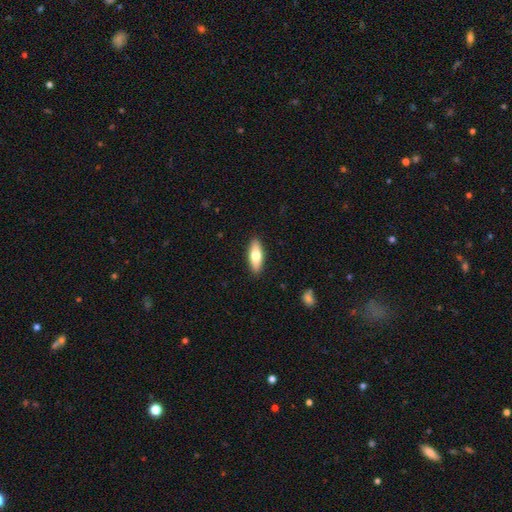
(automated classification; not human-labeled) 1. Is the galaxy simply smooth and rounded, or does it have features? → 69% smooth, 25% featured or disk, 6% star or artifact.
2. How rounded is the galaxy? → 65% in between, 32% cigar-shaped, 2% round.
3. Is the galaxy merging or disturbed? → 90% none, 8% minor disturbance, 2% major disturbance, 1% merger.